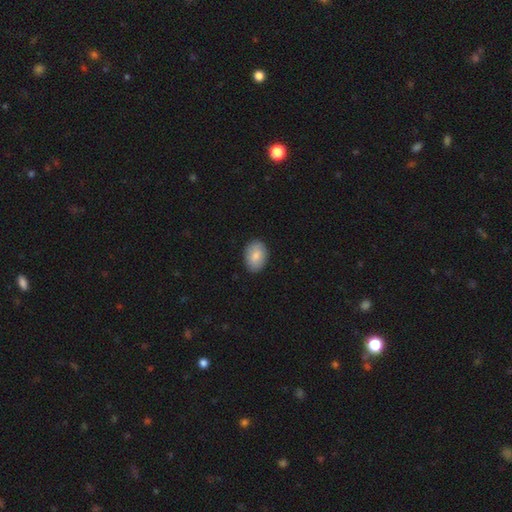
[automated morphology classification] This appears to be a smooth galaxy with no disk features (83%) that is in between round and cigar-shaped (81%). Merging: none (87%).